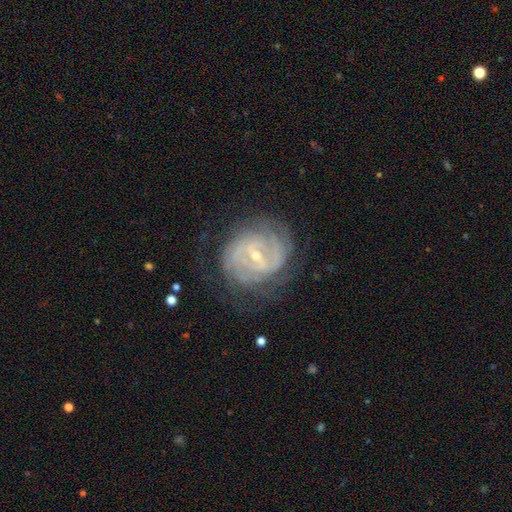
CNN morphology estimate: smooth-or-featured: featured or disk: 85% | smooth: 9% | star or artifact: 6%
  disk-edge-on: no: 97% | yes: 3%
    bar: weak: 48% | strong: 34% | no: 18%
    has-spiral-arms: yes: 91% | no: 9%
      spiral-winding: tight: 69% | medium: 24% | loose: 7%
      spiral-arm-count: can't tell: 43% | 2: 26% | 3: 12% | 4: 10% | more than 4: 5% | 1: 5%
    bulge-size: small: 70% | moderate: 26% | large: 1% | none: 1% | dominant: 1%
  merging: none: 71% | minor disturbance: 17% | major disturbance: 10% | merger: 1%